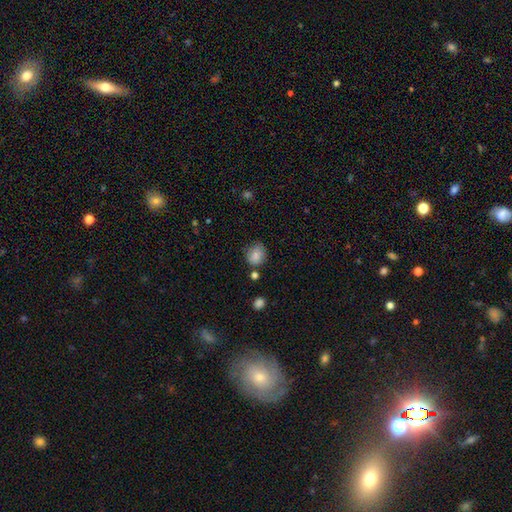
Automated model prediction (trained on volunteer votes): Smooth or featured?
  - smooth: 85% *
  - star or artifact: 9%
  - featured or disk: 6%
How rounded?
  - round: 69% *
  - in between: 30%
  - cigar-shaped: 1%
Merging?
  - none: 66% *
  - minor disturbance: 22%
  - merger: 6%
  - major disturbance: 5%